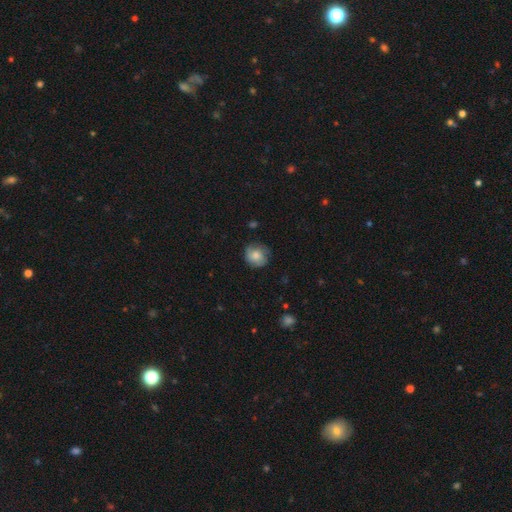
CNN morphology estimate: The model was most divided on "smooth or featured": smooth: 70%, featured or disk: 22%, star or artifact: 8%. More confident: how rounded — round (86%); merging — none (72%).